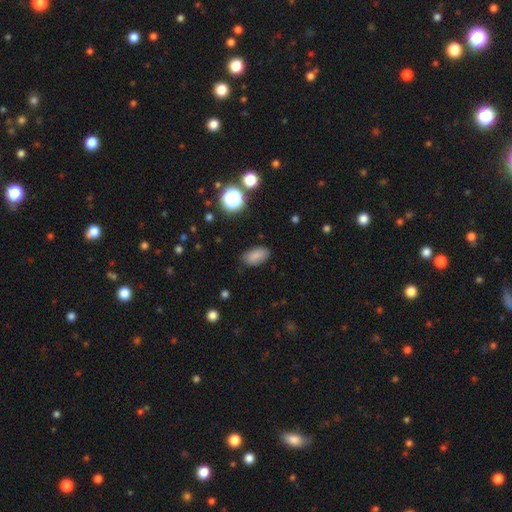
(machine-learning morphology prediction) A smooth galaxy with no disk features (84%) that is in between round and cigar-shaped (91%).

Vote fractions:
- Smooth or featured? smooth: 84% / star or artifact: 10% / featured or disk: 6%
- How rounded? in between: 91% / round: 5% / cigar-shaped: 3%
- Merging? none: 84% / minor disturbance: 11% / major disturbance: 3% / merger: 1%